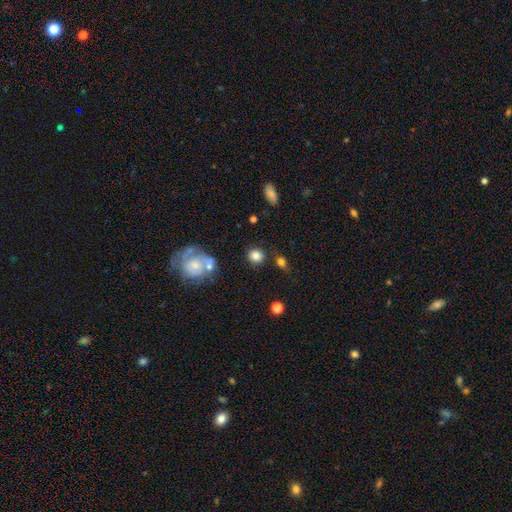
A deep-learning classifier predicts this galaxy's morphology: This is likely a smooth galaxy (80%). How rounded: clearly round (86%). Merging: likely none (77%).